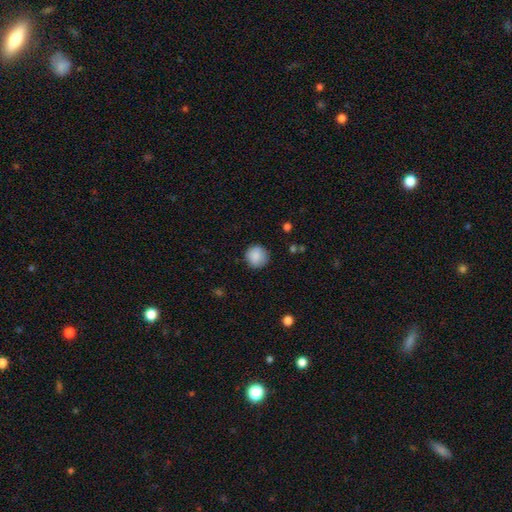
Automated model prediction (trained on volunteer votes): A smooth galaxy with no disk features (88%) that is round (94%). Merging: none (88%).